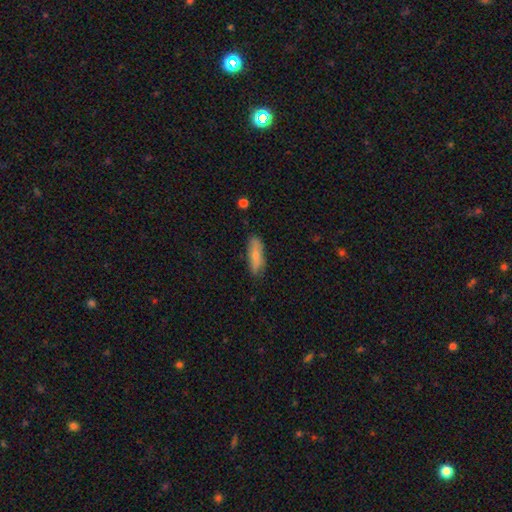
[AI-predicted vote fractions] Smooth or featured? Predicted: smooth (p=0.68). How rounded? Predicted: in between (p=0.56). Merging? Predicted: none (p=0.77).